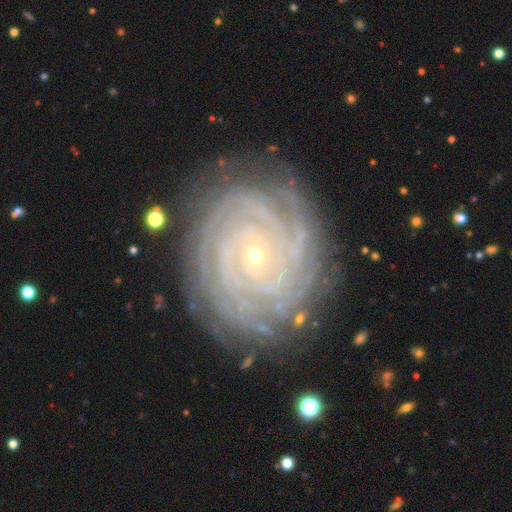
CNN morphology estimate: Q: Smooth or featured?
A: featured or disk (91%); runner-up: star or artifact (5%)
Q: Edge-on disk?
A: no (98%); runner-up: yes (2%)
Q: Bar?
A: no (76%); runner-up: weak (16%)
Q: Spiral arms?
A: yes (98%); runner-up: no (2%)
Q: Spiral winding?
A: tight (90%); runner-up: medium (9%)
Q: Spiral arm count?
A: more than 4 (28%); runner-up: 4 (22%)
Q: Bulge size?
A: small (85%); runner-up: moderate (12%)
Q: Merging?
A: none (83%); runner-up: minor disturbance (12%)